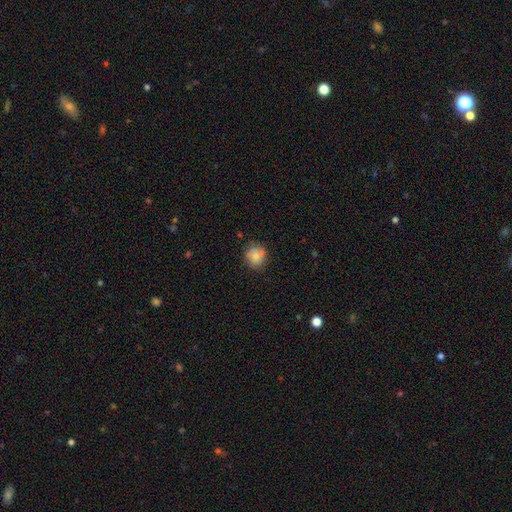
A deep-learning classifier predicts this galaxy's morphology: Smooth or featured?
  - smooth: 82% *
  - featured or disk: 9%
  - star or artifact: 8%
How rounded?
  - round: 85% *
  - in between: 14%
  - cigar-shaped: 1%
Merging?
  - none: 77% *
  - minor disturbance: 17%
  - major disturbance: 4%
  - merger: 2%